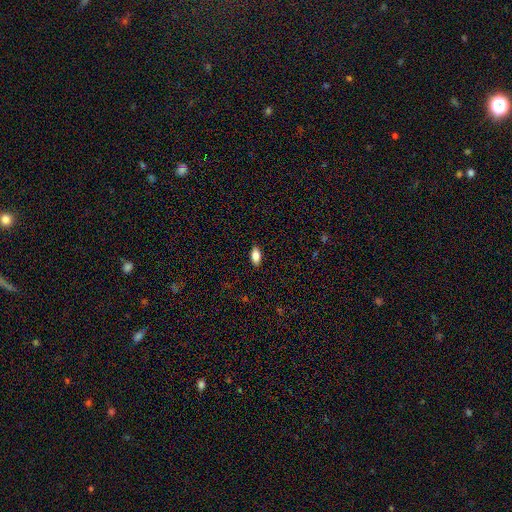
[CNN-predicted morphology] This is clearly a smooth galaxy (85%). How rounded: clearly in between (91%). Merging: clearly none (89%).